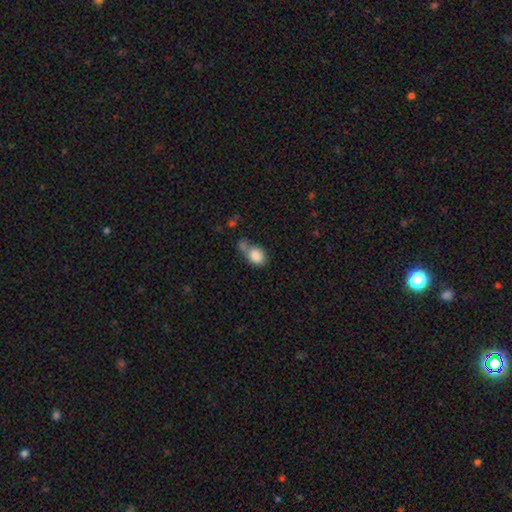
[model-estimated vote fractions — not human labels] smooth_or_featured: smooth (p=0.83) [alt: featured or disk p=0.08]
how_rounded: in between (p=0.68) [alt: round p=0.30]
merging: merger (p=0.40) [alt: none p=0.32]